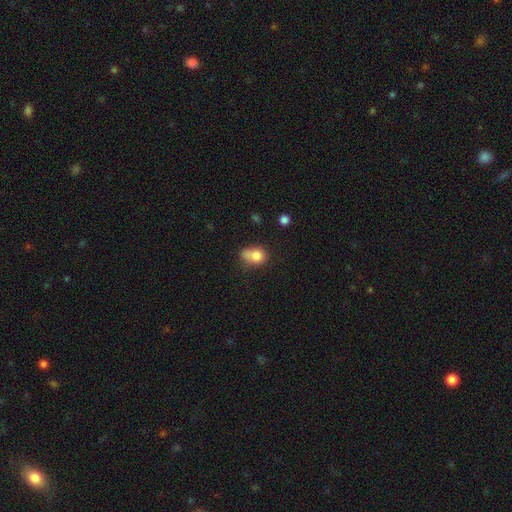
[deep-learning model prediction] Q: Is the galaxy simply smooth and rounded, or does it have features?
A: smooth — 78%.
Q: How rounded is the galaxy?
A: in between — 58%.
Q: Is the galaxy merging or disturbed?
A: none — 38%.